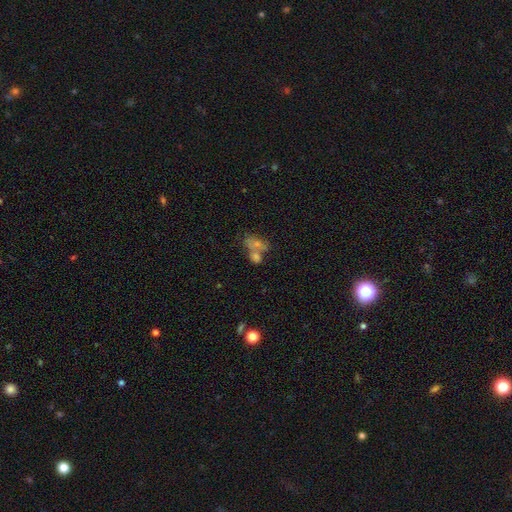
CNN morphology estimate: smooth-or-featured: smooth: 60% | featured or disk: 23% | star or artifact: 18%
  how-rounded: in between: 68% | round: 27% | cigar-shaped: 5%
  merging: merger: 52% | none: 30% | minor disturbance: 10% | major disturbance: 7%